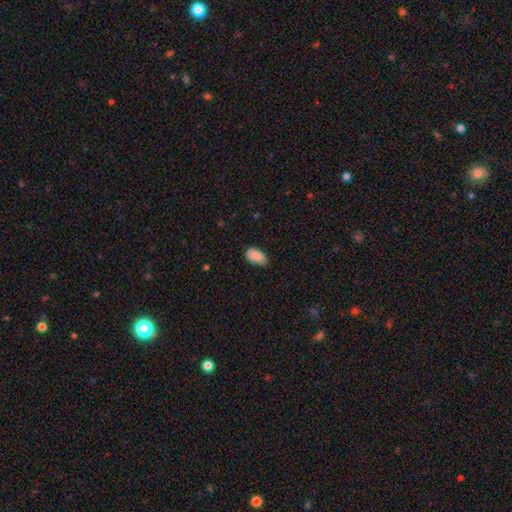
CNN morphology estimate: A smooth galaxy with no disk features (88%) that is in between round and cigar-shaped (94%). Merging: none (70%).